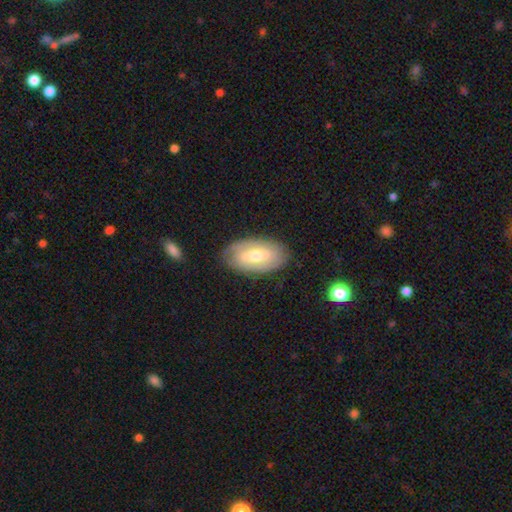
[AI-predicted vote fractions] A featured or disk galaxy (53%).

Vote fractions:
- Smooth or featured? featured or disk: 53% / smooth: 40% / star or artifact: 6%
- Edge-on disk? no: 88% / yes: 12%
- Merging? none: 83% / minor disturbance: 13% / major disturbance: 3% / merger: 1%